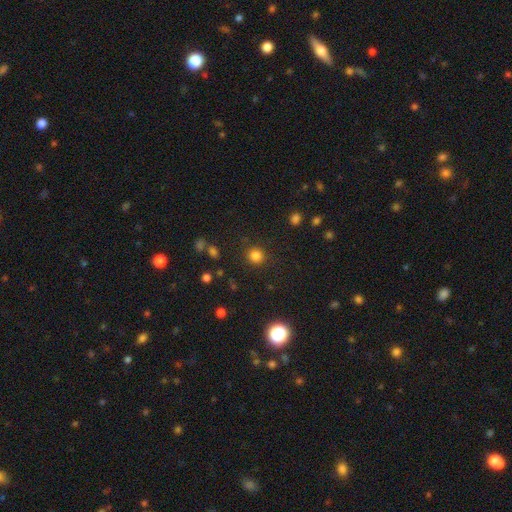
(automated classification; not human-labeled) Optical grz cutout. It shows a smooth galaxy with no disk features (82%) that is round (91%). Merging: none (88%).